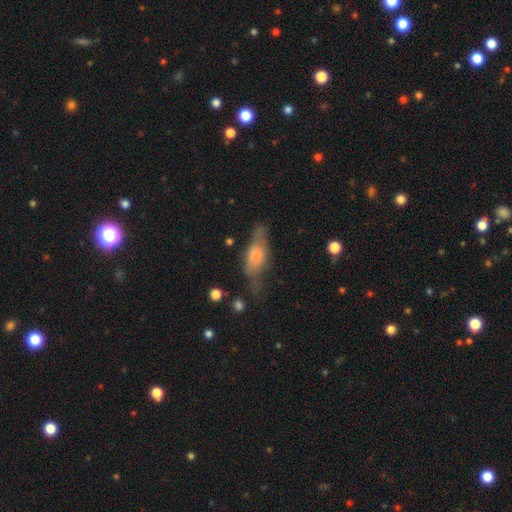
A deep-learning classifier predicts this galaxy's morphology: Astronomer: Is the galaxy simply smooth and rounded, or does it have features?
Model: smooth — 47% (runner-up: featured or disk, 44%).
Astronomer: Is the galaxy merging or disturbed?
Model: none — 45% (runner-up: minor disturbance, 29%).